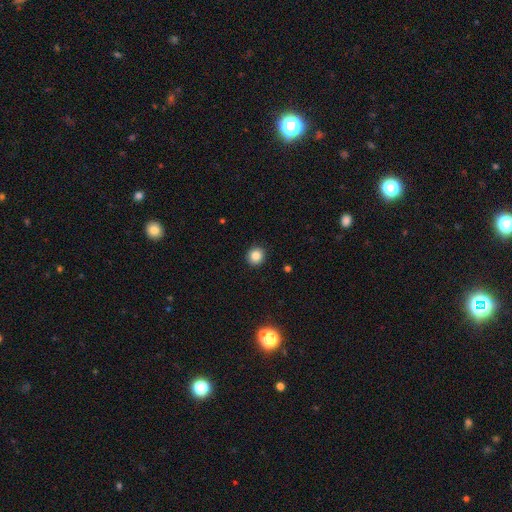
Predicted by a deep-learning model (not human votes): Overall: smooth (85%). How rounded: round (90%). Merging: none (91%).